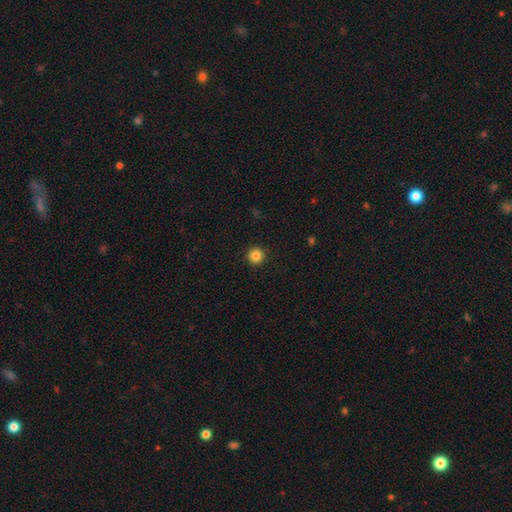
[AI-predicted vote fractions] A smooth galaxy with no disk features (85%) that is round (96%). Merging: none (93%).